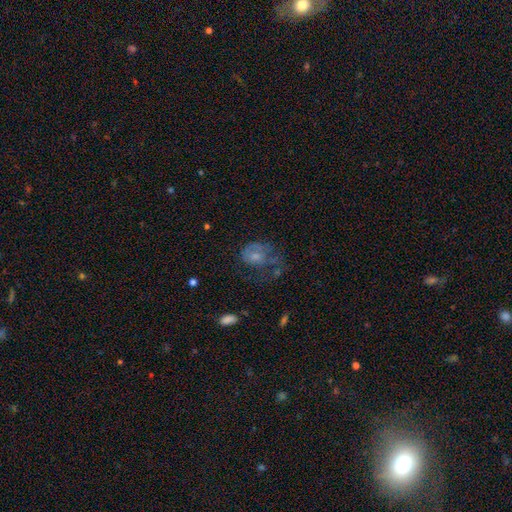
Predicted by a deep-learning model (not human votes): smooth-or-featured: featured or disk: 45% | smooth: 43% | star or artifact: 11%
  merging: major disturbance: 46% | none: 27% | minor disturbance: 20% | merger: 7%